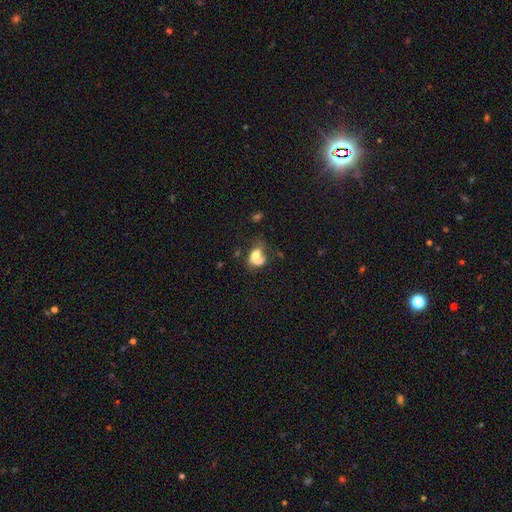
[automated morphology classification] The model was most divided on "merging": merger: 34%, major disturbance: 27%, none: 22%, minor disturbance: 17%. More confident: how rounded — in between (71%); smooth or featured — smooth (51%).